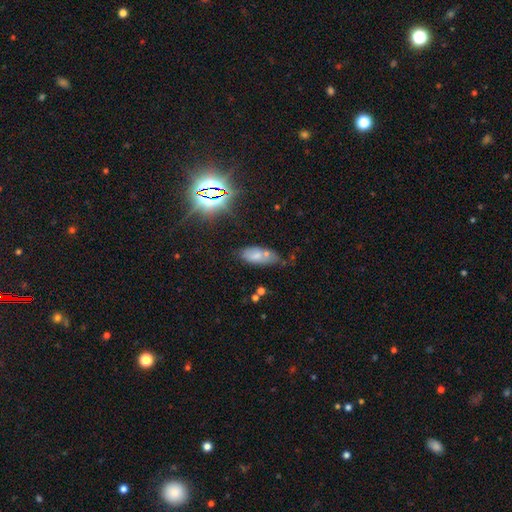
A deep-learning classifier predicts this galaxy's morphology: This appears to be a smooth galaxy with no disk features (39%). Merging: none (55%).